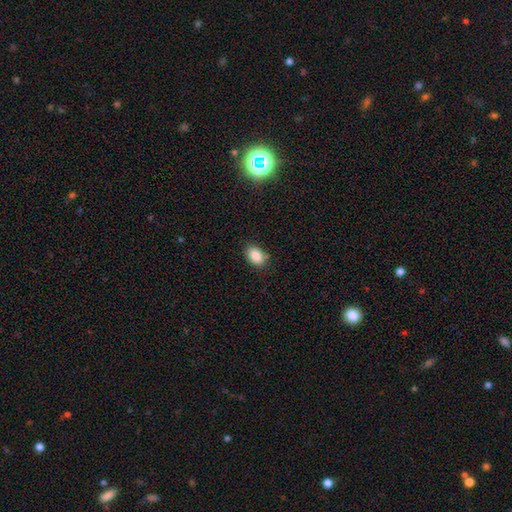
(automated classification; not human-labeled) Smooth or featured?
  - smooth: 87% *
  - star or artifact: 8%
  - featured or disk: 4%
How rounded?
  - in between: 85% *
  - round: 14%
  - cigar-shaped: 1%
Merging?
  - none: 82% *
  - minor disturbance: 13%
  - major disturbance: 3%
  - merger: 2%